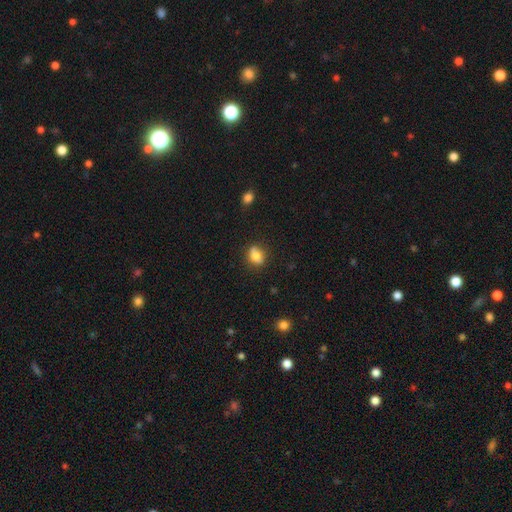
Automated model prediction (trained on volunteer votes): Smooth or featured? smooth (72%)
How rounded? in between (53%)
Merging? none (72%)